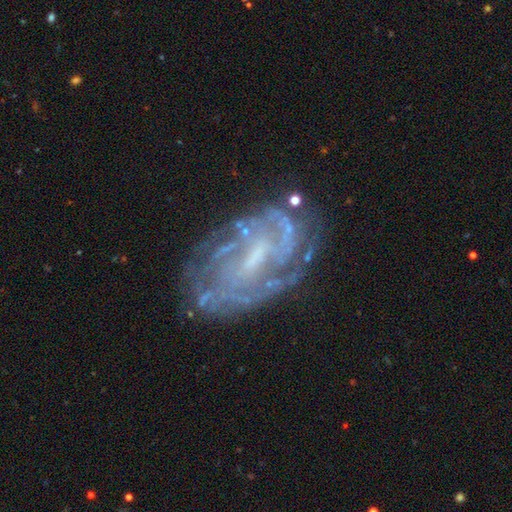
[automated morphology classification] This is clearly a featured or disk galaxy (84%). It is clearly not viewed edge-on (96%). Bar: possibly weak (49%). Spiral arm pattern: clearly yes (88%). Spiral arm count: marginally can't tell (43%). Spiral winding: possibly tight (59%). Central bulge: marginally small (44%). Merging: likely none (68%).